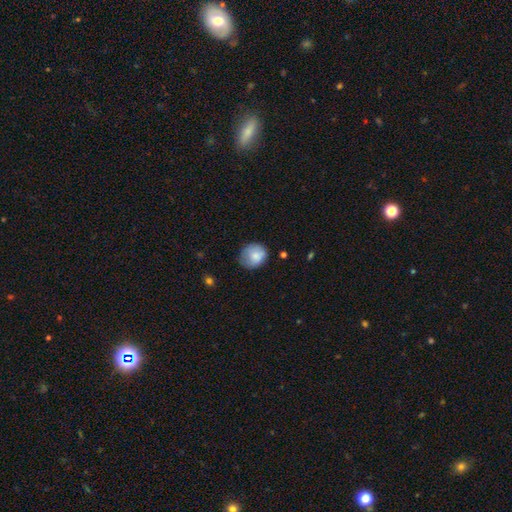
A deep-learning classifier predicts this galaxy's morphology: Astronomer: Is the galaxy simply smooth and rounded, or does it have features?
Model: smooth — 80%.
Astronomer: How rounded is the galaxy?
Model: round — 75%.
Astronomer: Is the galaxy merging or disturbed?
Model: none — 64%.